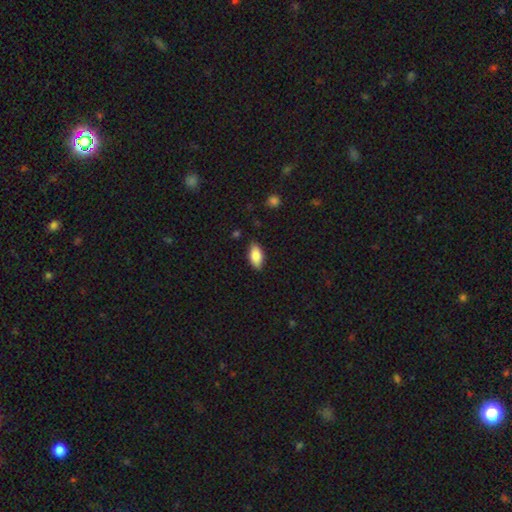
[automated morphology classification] Smooth or featured?
  - smooth: 85% *
  - featured or disk: 9%
  - star or artifact: 7%
How rounded?
  - in between: 90% *
  - cigar-shaped: 7%
  - round: 3%
Merging?
  - none: 85% *
  - minor disturbance: 12%
  - major disturbance: 2%
  - merger: 1%